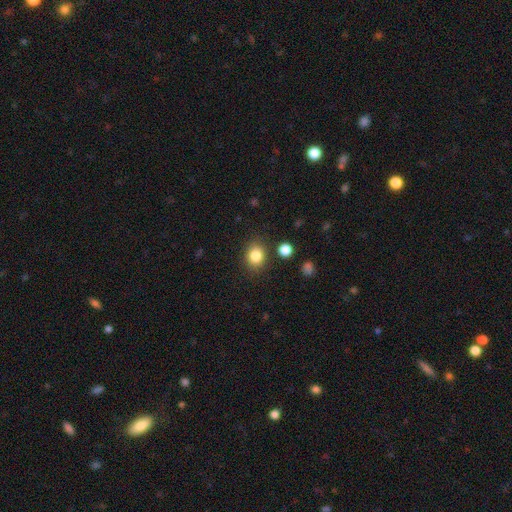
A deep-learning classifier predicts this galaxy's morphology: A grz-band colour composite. It shows a smooth galaxy with no disk features (84%) that is round (64%). Merging: none (83%).